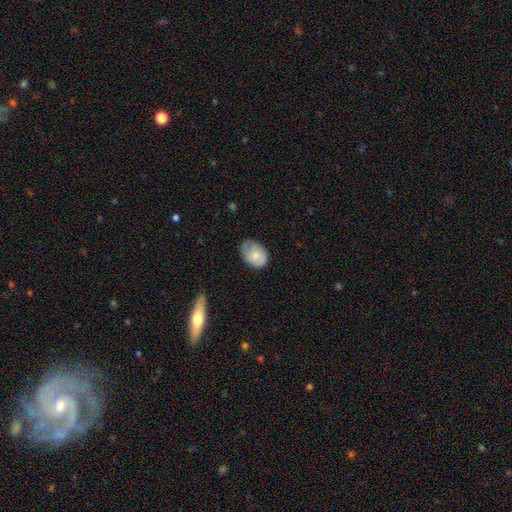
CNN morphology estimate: Smooth or featured? smooth (65%)
How rounded? in between (72%)
Merging? none (58%)